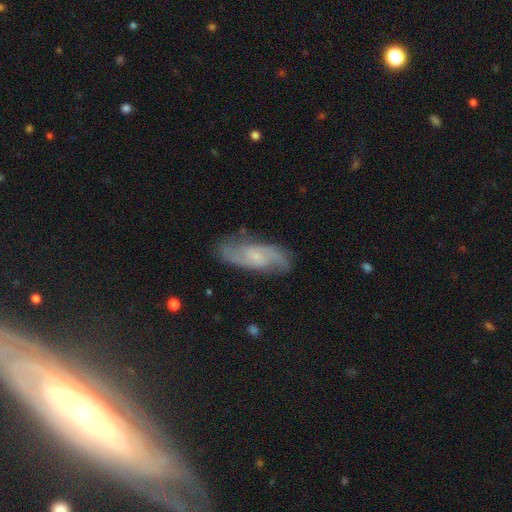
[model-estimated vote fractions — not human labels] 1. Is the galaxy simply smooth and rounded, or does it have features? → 75% featured or disk, 17% smooth, 8% star or artifact.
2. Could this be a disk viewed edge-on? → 92% no, 8% yes.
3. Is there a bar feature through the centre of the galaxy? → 52% no, 41% weak, 8% strong.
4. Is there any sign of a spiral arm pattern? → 95% yes, 5% no.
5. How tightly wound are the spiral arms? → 48% medium, 27% loose, 25% tight.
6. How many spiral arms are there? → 82% 2, 10% can't tell, 3% 3, 2% 1, 2% 4, 1% more than 4.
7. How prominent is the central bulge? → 60% small, 19% moderate, 17% none, 2% large, 1% dominant.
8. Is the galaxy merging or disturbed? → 78% none, 16% minor disturbance, 5% major disturbance, 1% merger.